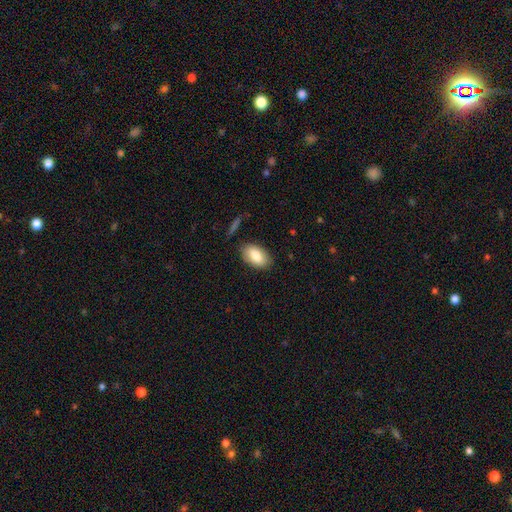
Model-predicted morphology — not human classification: Q: Smooth or featured?
A: smooth (82%); runner-up: featured or disk (11%)
Q: How rounded?
A: in between (93%); runner-up: round (6%)
Q: Merging?
A: none (83%); runner-up: minor disturbance (12%)